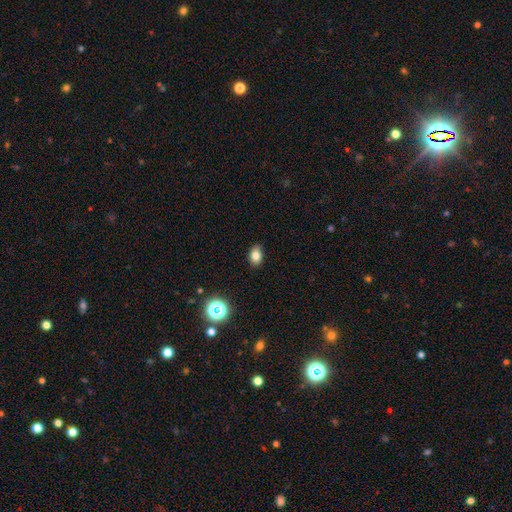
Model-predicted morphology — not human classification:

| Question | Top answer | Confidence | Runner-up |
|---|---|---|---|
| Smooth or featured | smooth | 80% | star or artifact (12%) |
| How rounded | in between | 79% | round (20%) |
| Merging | none | 83% | minor disturbance (13%) |